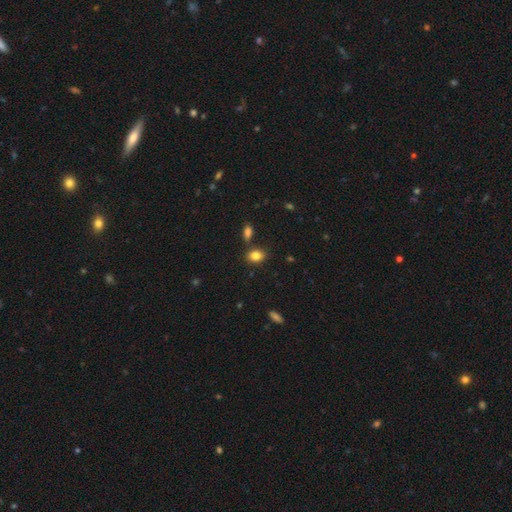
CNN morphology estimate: Smooth or featured? smooth (84%)
How rounded? in between (73%)
Merging? none (77%)